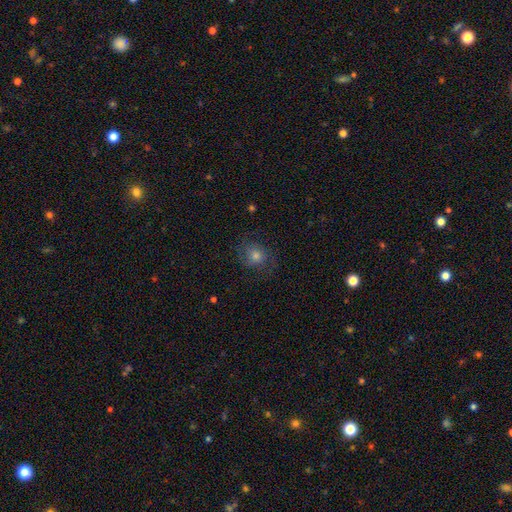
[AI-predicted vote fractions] Morphology: type=smooth (50%); merging=none (72%).